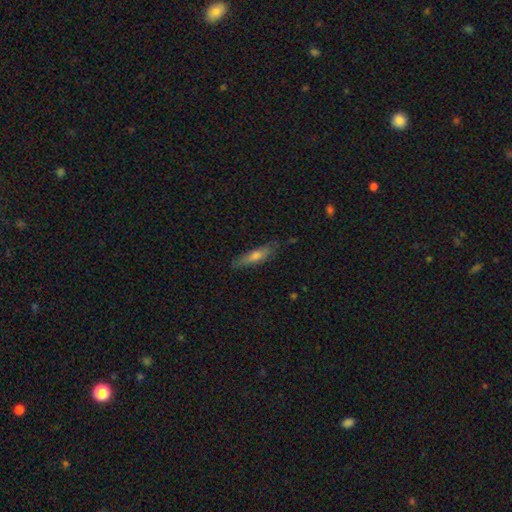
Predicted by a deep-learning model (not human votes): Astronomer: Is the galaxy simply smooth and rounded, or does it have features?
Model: smooth — 55% (runner-up: featured or disk, 37%).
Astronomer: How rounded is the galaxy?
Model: cigar-shaped — 78%.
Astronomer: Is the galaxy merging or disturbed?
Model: none — 79%.